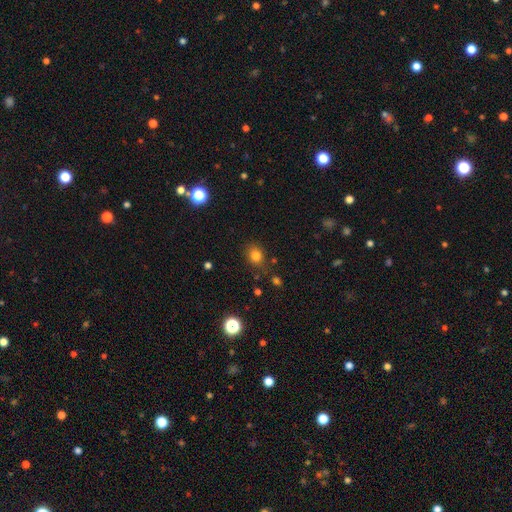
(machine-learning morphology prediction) Smooth or featured? smooth (79%)
How rounded? round (63%)
Merging? none (79%)